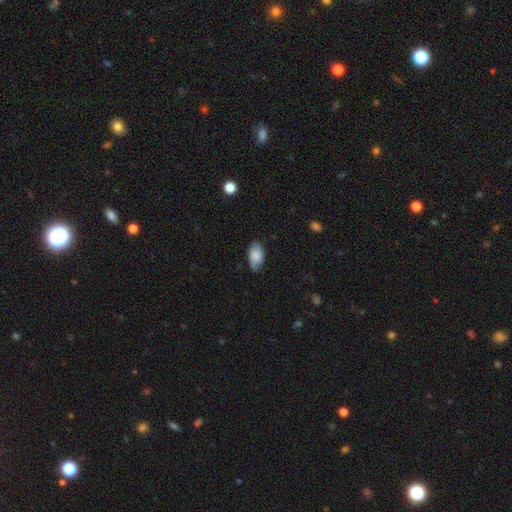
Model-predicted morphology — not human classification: smooth-or-featured: smooth: 82% | featured or disk: 11% | star or artifact: 7%
  how-rounded: in between: 94% | round: 4% | cigar-shaped: 2%
  merging: none: 81% | minor disturbance: 15% | major disturbance: 3% | merger: 1%